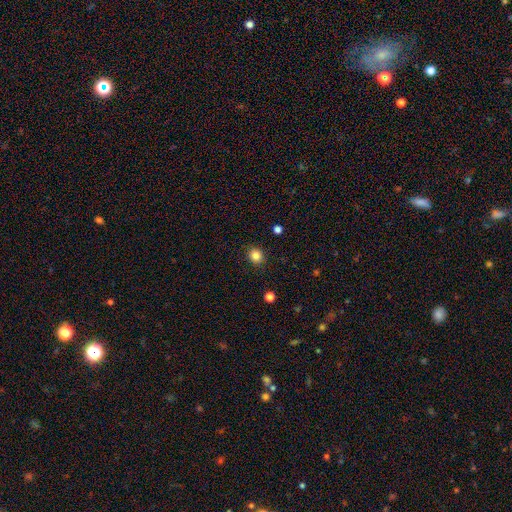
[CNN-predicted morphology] Smooth or featured? Predicted: smooth (p=0.85). How rounded? Predicted: round (p=0.80). Merging? Predicted: none (p=0.90).